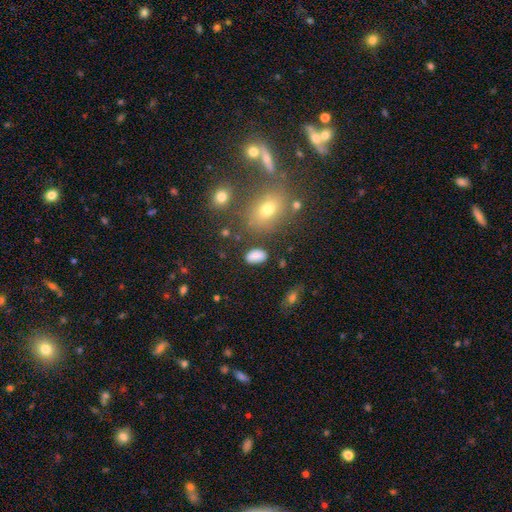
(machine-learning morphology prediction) Smooth or featured: smooth — 81% (star or artifact — 11%)
How rounded: in between — 89% (round — 9%)
Merging: none — 75% (minor disturbance — 15%)